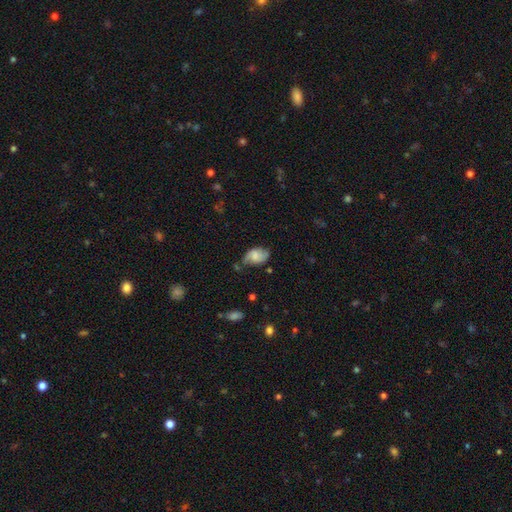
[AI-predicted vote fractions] A smooth galaxy with no disk features (47%). Merging: none (54%).